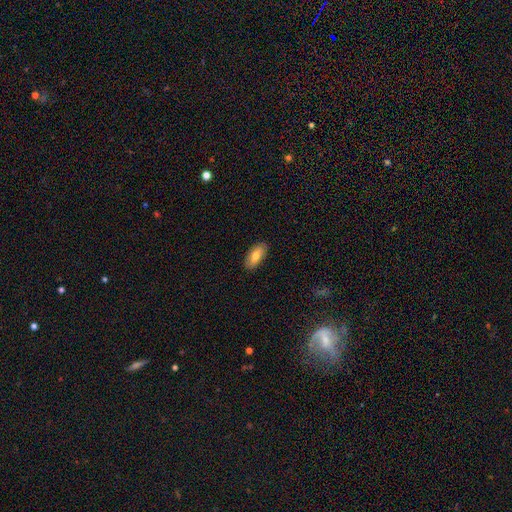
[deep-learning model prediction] smooth_or_featured: smooth (p=0.77) [alt: featured or disk p=0.17]
how_rounded: in between (p=0.90) [alt: cigar-shaped p=0.08]
merging: none (p=0.89) [alt: minor disturbance p=0.09]